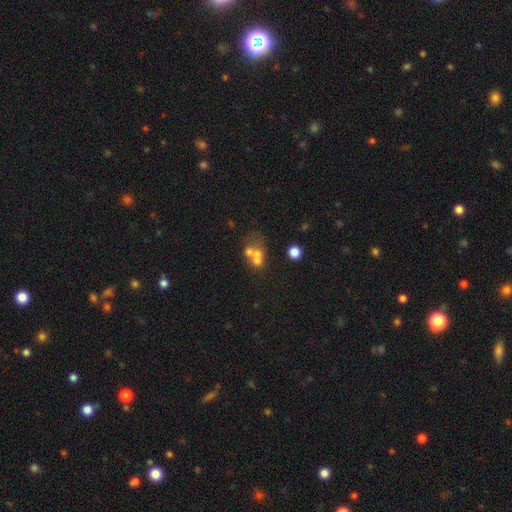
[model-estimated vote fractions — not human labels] Smooth or featured? Predicted: smooth (p=0.51). How rounded? Predicted: round (p=0.67). Merging? Predicted: merger (p=0.58).